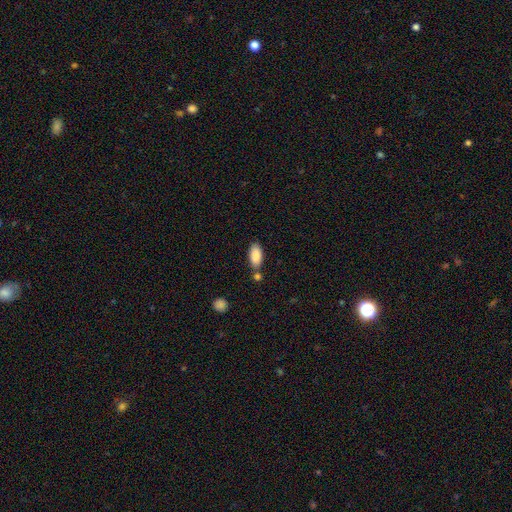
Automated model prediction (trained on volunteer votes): smooth 88%, star or artifact 6%, featured or disk 6%. Down the decision tree: how rounded — in between (90%); merging — none (69%).